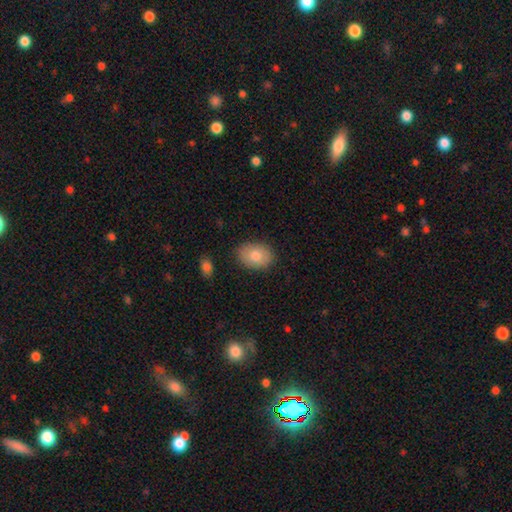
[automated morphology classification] Q: Smooth or featured?
A: smooth (81%); runner-up: featured or disk (12%)
Q: How rounded?
A: in between (78%); runner-up: round (21%)
Q: Merging?
A: none (87%); runner-up: minor disturbance (9%)